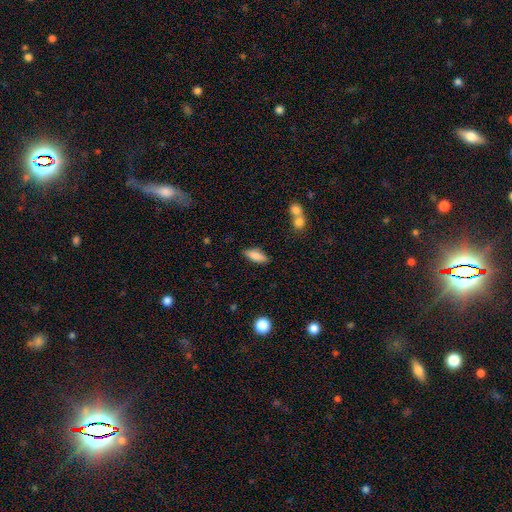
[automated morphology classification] type=smooth (81%); roundness=in between (70%); merging=none (82%).